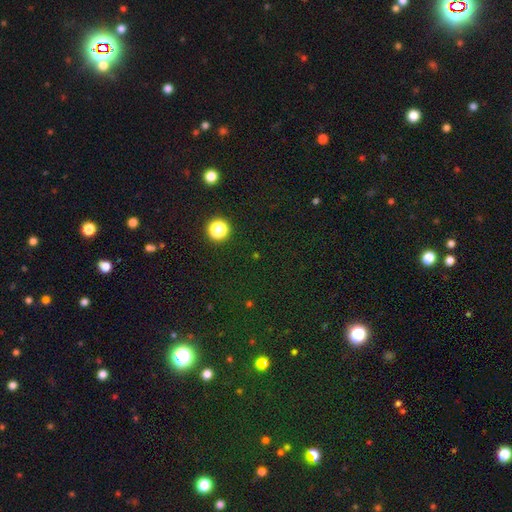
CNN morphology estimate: This appears to be a star or artifact, not a galaxy (66%).